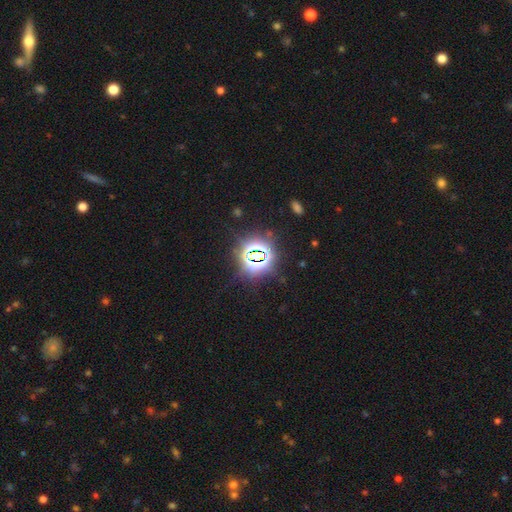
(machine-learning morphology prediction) Smooth or featured? star or artifact (79%)